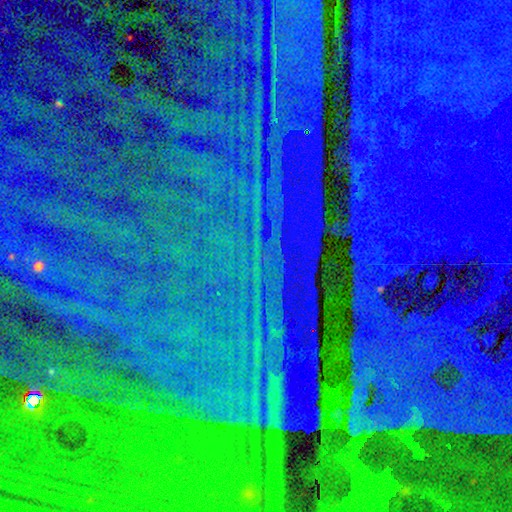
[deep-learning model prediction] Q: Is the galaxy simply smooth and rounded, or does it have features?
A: star or artifact — 88%.